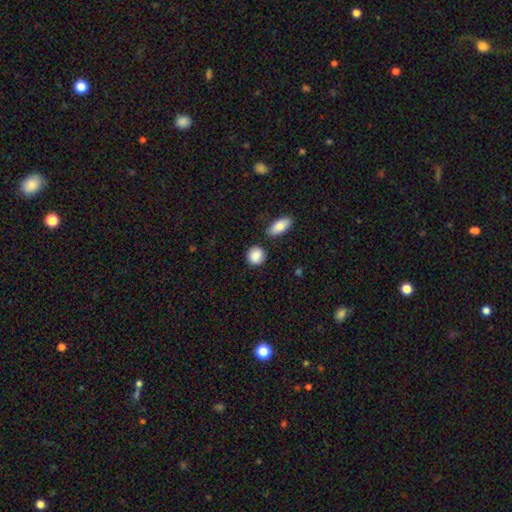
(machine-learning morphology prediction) A smooth galaxy with no disk features (87%) that is round (78%). Merging: none (79%).